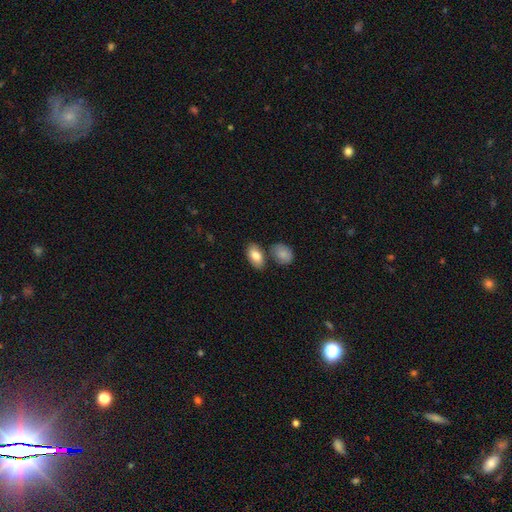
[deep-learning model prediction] Morphology: type=smooth (82%); roundness=in between (92%); merging=none (69%).